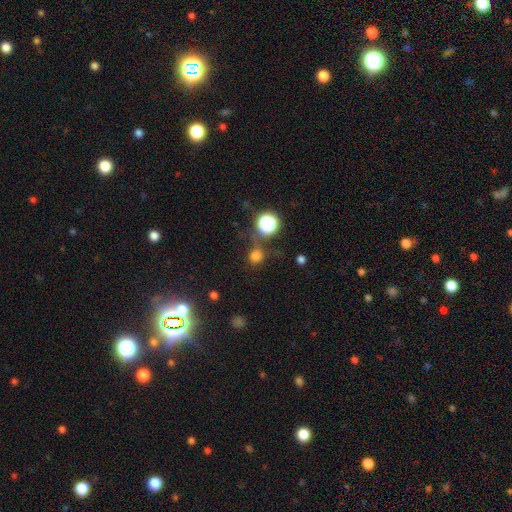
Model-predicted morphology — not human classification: Smooth or featured: smooth — 71% (star or artifact — 23%)
How rounded: round — 90% (in between — 9%)
Merging: none — 70% (minor disturbance — 14%)